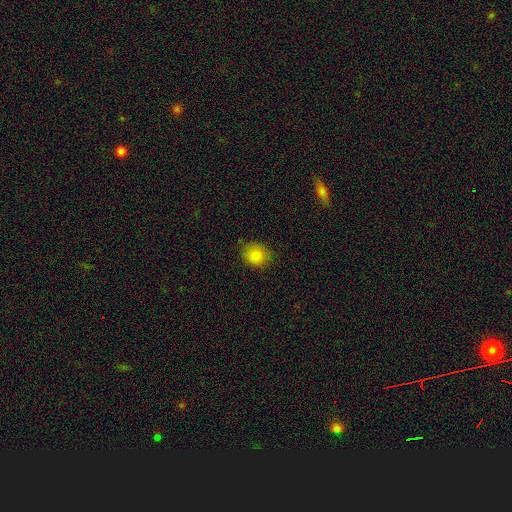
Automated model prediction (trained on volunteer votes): A smooth galaxy with no disk features (85%) that is round (67%). Merging: none (81%).